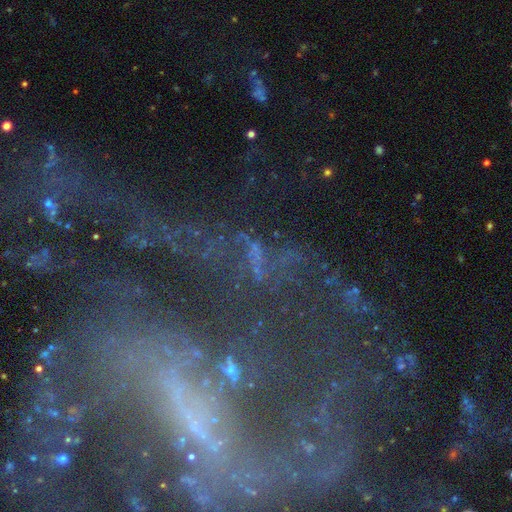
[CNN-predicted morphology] A star or artifact, not a galaxy (57%).

Vote fractions:
- Smooth or featured? star or artifact: 57% / featured or disk: 29% / smooth: 14%